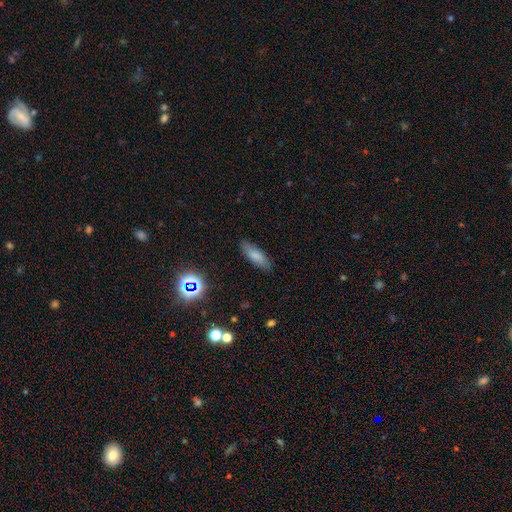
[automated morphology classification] Smooth or featured? smooth (79%)
How rounded? in between (55%)
Merging? none (84%)